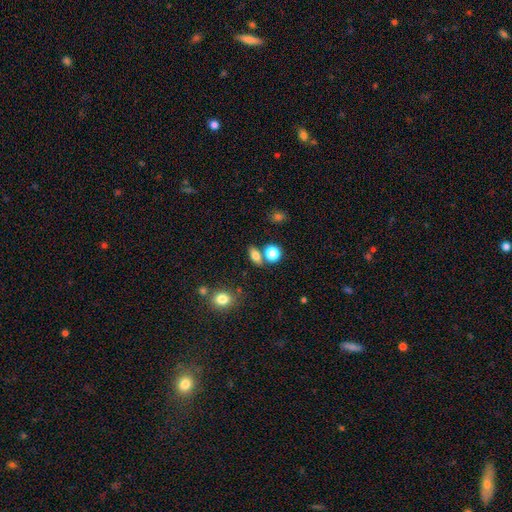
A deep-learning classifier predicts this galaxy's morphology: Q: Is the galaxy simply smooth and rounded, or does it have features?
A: smooth — 77%.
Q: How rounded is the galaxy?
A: in between — 68%.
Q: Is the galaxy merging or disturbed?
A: none — 66%.